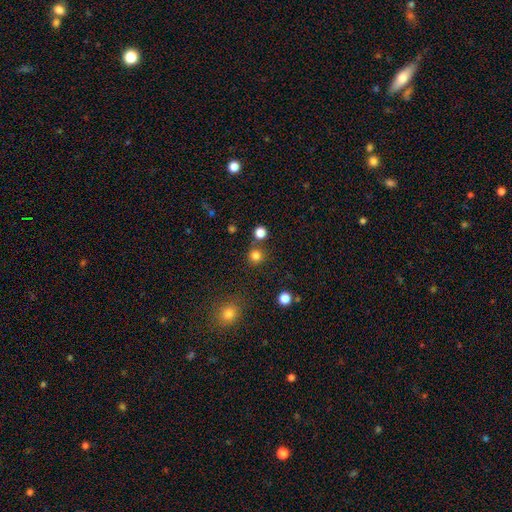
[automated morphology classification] The model was most divided on "smooth or featured": smooth: 80%, star or artifact: 15%, featured or disk: 4%. More confident: how rounded — round (93%); merging — none (79%).